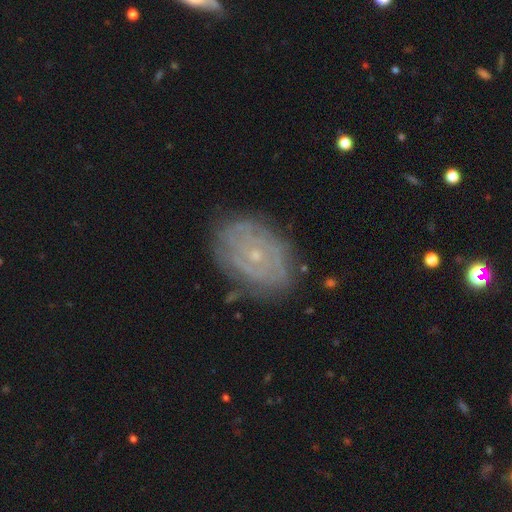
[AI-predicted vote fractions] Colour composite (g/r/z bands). It shows a featured or disk galaxy (68%) with no bar (81%), tight (76%) spiral arms (80%) and a small central bulge (82%). Merging: none (80%).